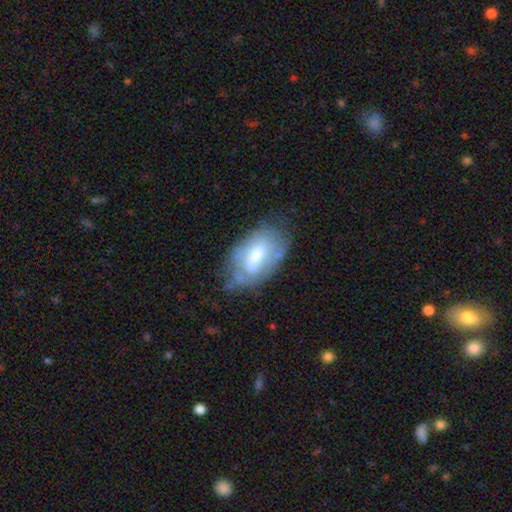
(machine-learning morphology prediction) smooth-or-featured: featured or disk: 53% | smooth: 40% | star or artifact: 7%
  disk-edge-on: no: 92% | yes: 8%
  merging: none: 56% | minor disturbance: 29% | major disturbance: 12% | merger: 3%